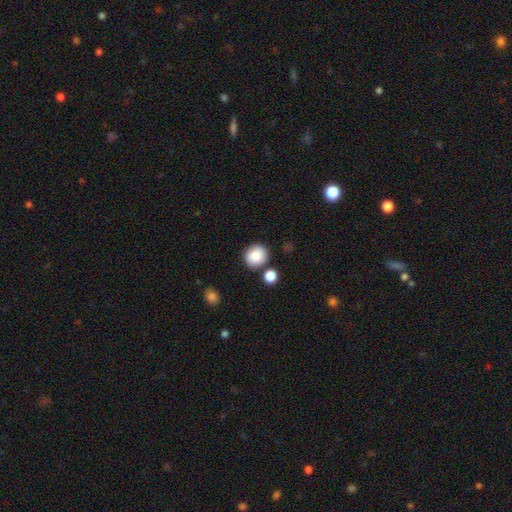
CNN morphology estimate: This is clearly a smooth galaxy (84%). How rounded: clearly round (89%). Merging: clearly none (81%).